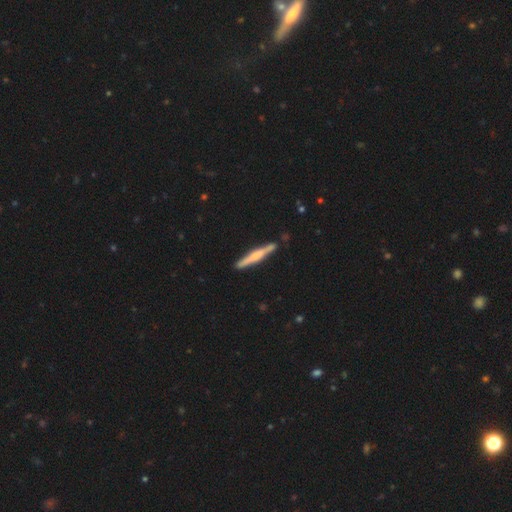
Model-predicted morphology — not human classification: Smooth or featured: featured or disk — 57% (smooth — 38%)
Edge-on disk: yes — 97% (no — 3%)
Edge-on bulge: rounded — 58% (boxy — 22%)
Merging: none — 87% (minor disturbance — 9%)